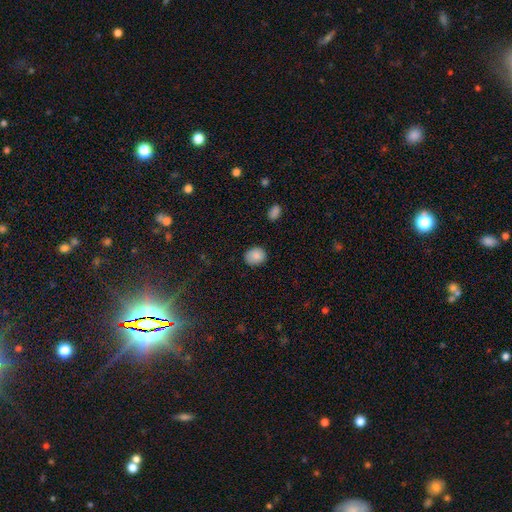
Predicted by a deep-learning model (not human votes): smooth 87%, star or artifact 8%, featured or disk 5%. Down the decision tree: how rounded — round (64%); merging — none (82%).